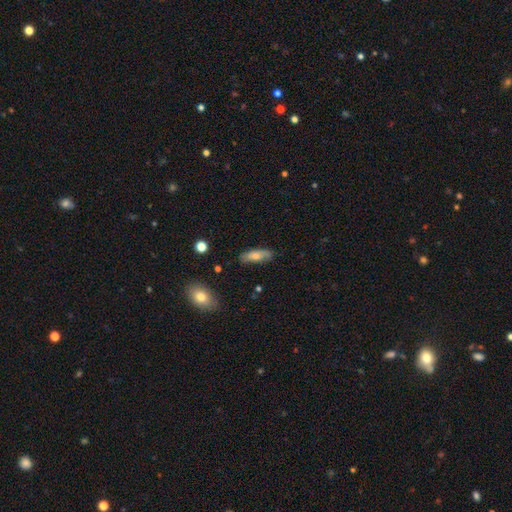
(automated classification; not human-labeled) Smooth or featured? smooth (69%)
How rounded? in between (59%)
Merging? none (80%)